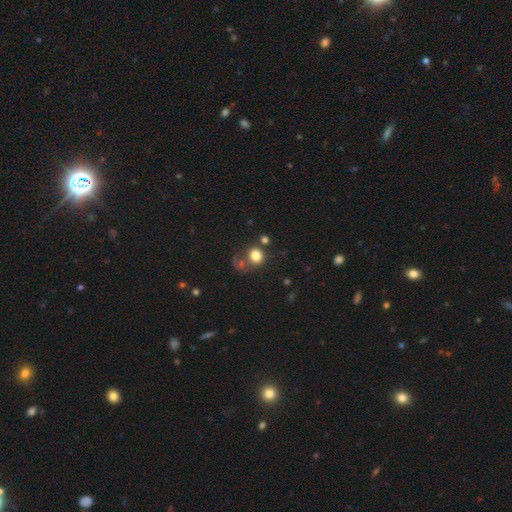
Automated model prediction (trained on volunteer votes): Smooth or featured? smooth (78%)
How rounded? round (75%)
Merging? none (51%)